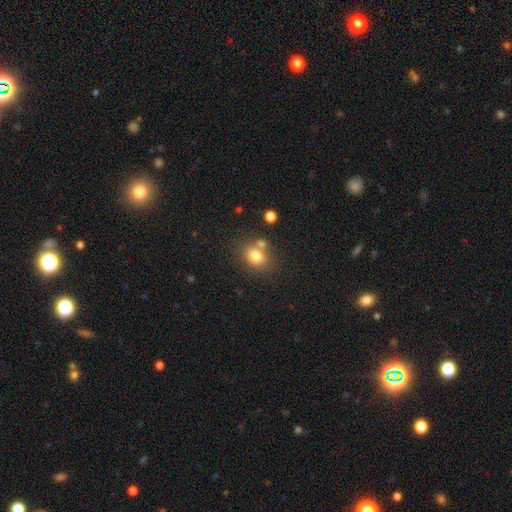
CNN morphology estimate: type=smooth (78%); roundness=in between (50%); merging=none (61%).